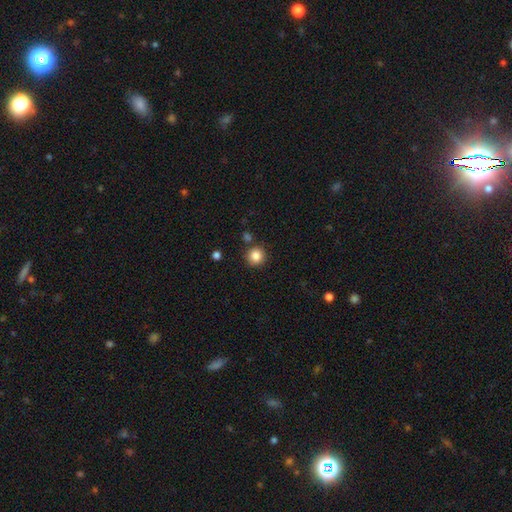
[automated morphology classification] Q: Smooth or featured?
A: smooth (85%); runner-up: star or artifact (10%)
Q: How rounded?
A: round (94%); runner-up: in between (5%)
Q: Merging?
A: none (84%); runner-up: minor disturbance (8%)